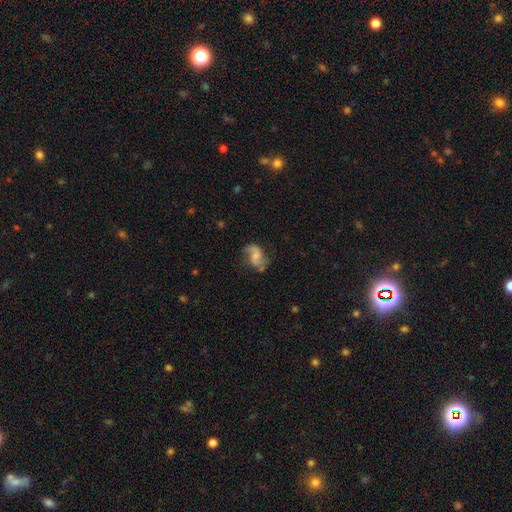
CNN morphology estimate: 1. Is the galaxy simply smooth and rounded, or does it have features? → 71% featured or disk, 22% smooth, 8% star or artifact.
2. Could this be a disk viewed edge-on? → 97% no, 3% yes.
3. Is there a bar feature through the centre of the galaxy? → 51% no, 39% weak, 10% strong.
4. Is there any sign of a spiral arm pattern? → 91% yes, 9% no.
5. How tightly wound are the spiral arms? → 53% loose, 37% medium, 11% tight.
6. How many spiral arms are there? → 85% 2, 6% 1, 6% can't tell, 1% 3, 1% 4, 1% more than 4.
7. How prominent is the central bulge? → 46% small, 35% moderate, 15% none, 4% large, 1% dominant.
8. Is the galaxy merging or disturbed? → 60% none, 23% minor disturbance, 14% major disturbance, 3% merger.